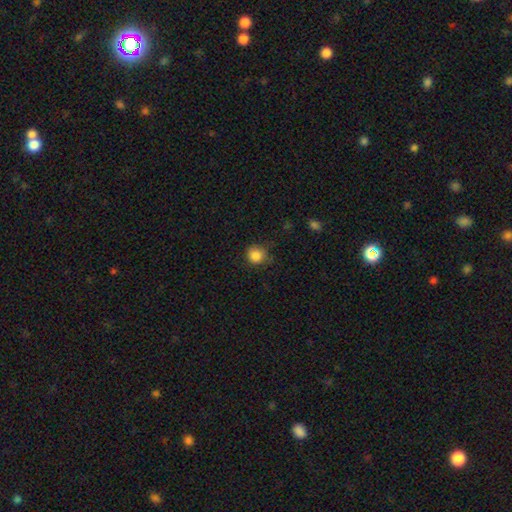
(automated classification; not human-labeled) Overall: smooth (86%). How rounded: round (91%). Merging: none (78%).